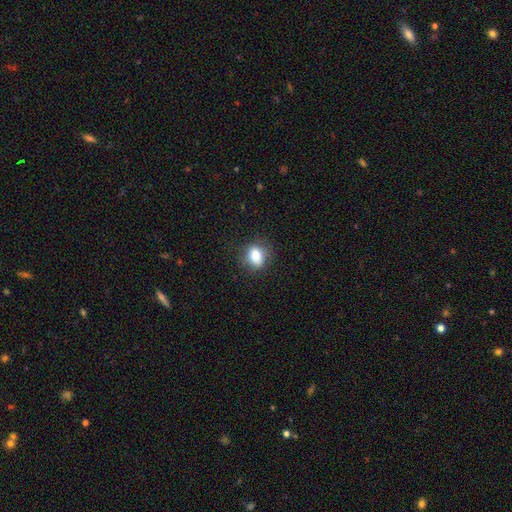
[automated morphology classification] Q: Smooth or featured?
A: smooth (84%); runner-up: star or artifact (9%)
Q: How rounded?
A: in between (59%); runner-up: round (40%)
Q: Merging?
A: none (79%); runner-up: minor disturbance (15%)